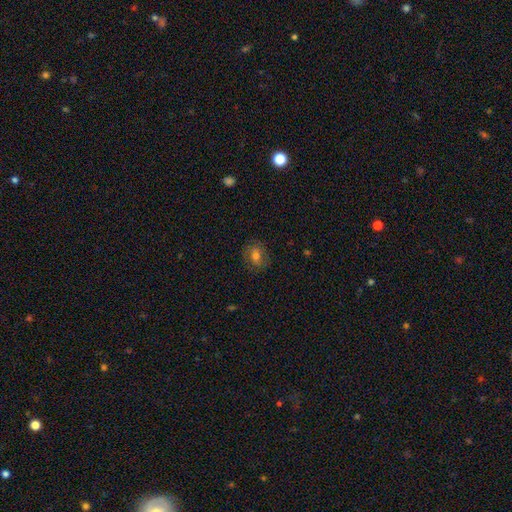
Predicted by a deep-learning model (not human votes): Smooth or featured?
  - smooth: 60% *
  - featured or disk: 26%
  - star or artifact: 14%
How rounded?
  - round: 55% *
  - in between: 44%
  - cigar-shaped: 1%
Merging?
  - none: 82% *
  - minor disturbance: 13%
  - major disturbance: 5%
  - merger: 1%